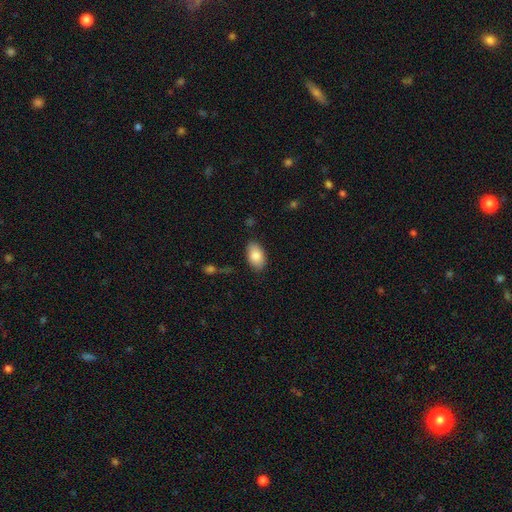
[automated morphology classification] smooth-or-featured: smooth: 86% | featured or disk: 8% | star or artifact: 7%
  how-rounded: in between: 93% | round: 6% | cigar-shaped: 2%
  merging: none: 83% | minor disturbance: 13% | major disturbance: 3% | merger: 2%